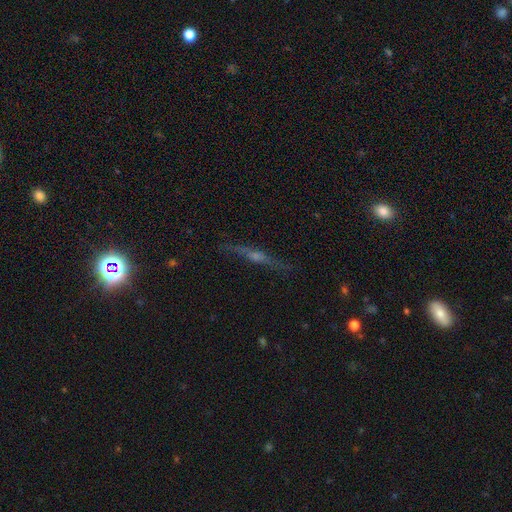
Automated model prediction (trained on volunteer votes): smooth-or-featured: featured or disk: 69% | smooth: 18% | star or artifact: 13%
  disk-edge-on: yes: 94% | no: 6%
    edge-on-bulge: rounded: 74% | none: 14% | boxy: 12%
  merging: none: 84% | minor disturbance: 11% | major disturbance: 3% | merger: 2%